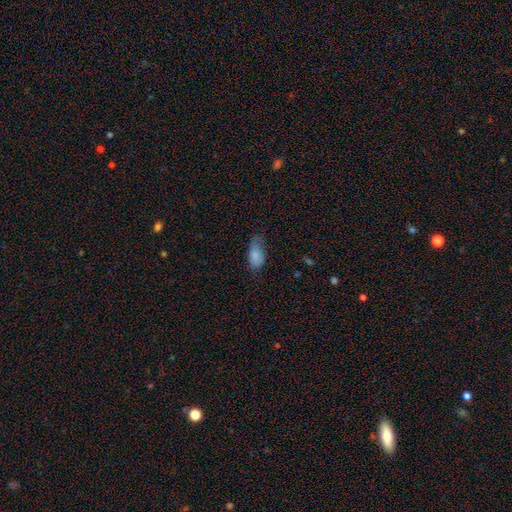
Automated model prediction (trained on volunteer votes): Morphology: type=smooth (83%); roundness=in between (90%); merging=none (45%).